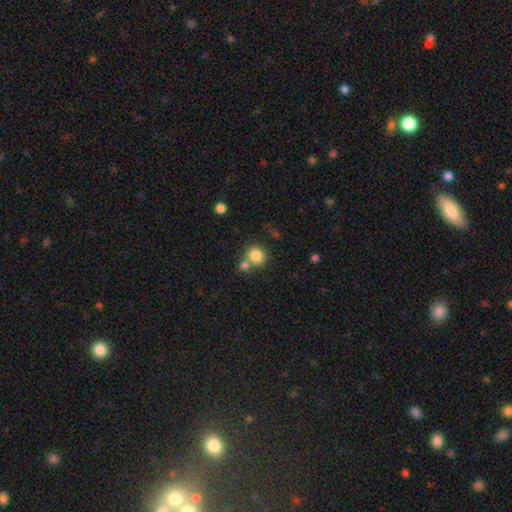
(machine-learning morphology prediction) Smooth or featured? smooth (83%)
How rounded? round (85%)
Merging? none (55%)